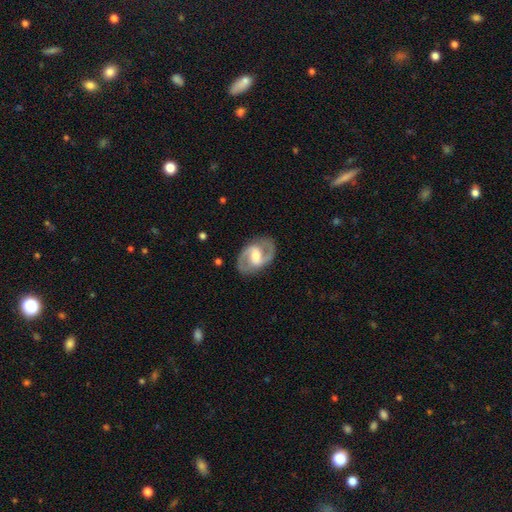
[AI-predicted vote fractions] smooth_or_featured: featured or disk (p=0.86) [alt: smooth p=0.10]
disk_edge_on: no (p=0.97) [alt: yes p=0.03]
bar: weak (p=0.48) [alt: strong p=0.30]
has_spiral_arms: yes (p=0.94) [alt: no p=0.06]
spiral_winding: medium (p=0.59) [alt: tight p=0.22]
spiral_arm_count: 2 (p=0.93) [alt: can't tell p=0.03]
bulge_size: moderate (p=0.59) [alt: small p=0.27]
merging: none (p=0.84) [alt: minor disturbance p=0.10]